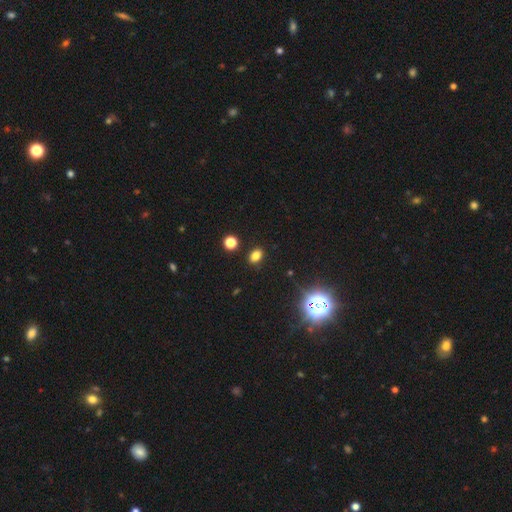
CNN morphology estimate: Smooth or featured: smooth — 77% (star or artifact — 17%)
How rounded: in between — 75% (round — 24%)
Merging: none — 87% (minor disturbance — 8%)